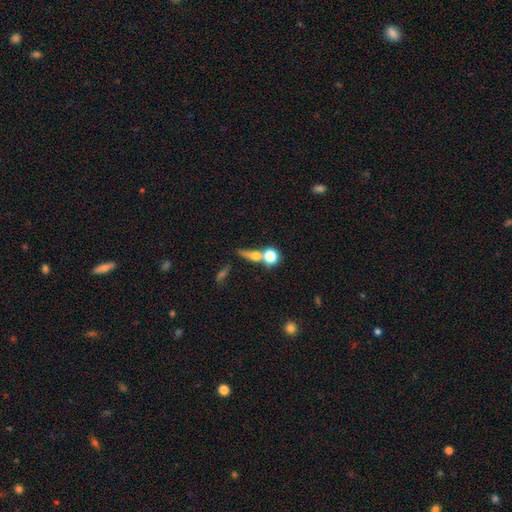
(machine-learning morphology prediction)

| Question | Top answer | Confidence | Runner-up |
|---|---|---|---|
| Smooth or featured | smooth | 60% | featured or disk (24%) |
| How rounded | round | 54% | in between (26%) |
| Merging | merger | 42% | none (39%) |